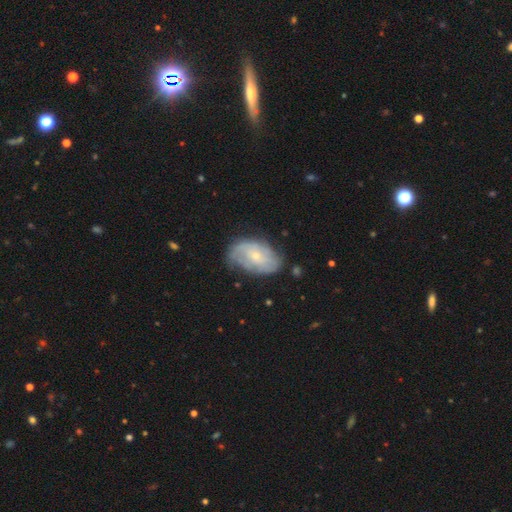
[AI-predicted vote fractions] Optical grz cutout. It shows a featured or disk galaxy (66%) with no bar (73%), tight (49%) spiral arms (82%) and a small central bulge (73%). Merging: none (63%).